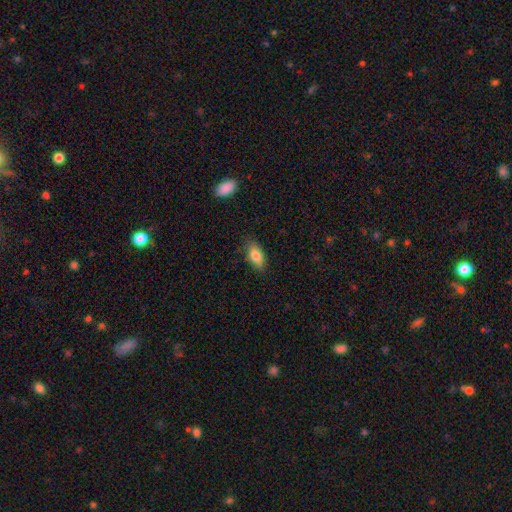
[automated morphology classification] The model was most divided on "merging": none: 80%, minor disturbance: 16%, major disturbance: 3%, merger: 1%. More confident: how rounded — in between (86%); smooth or featured — smooth (81%).